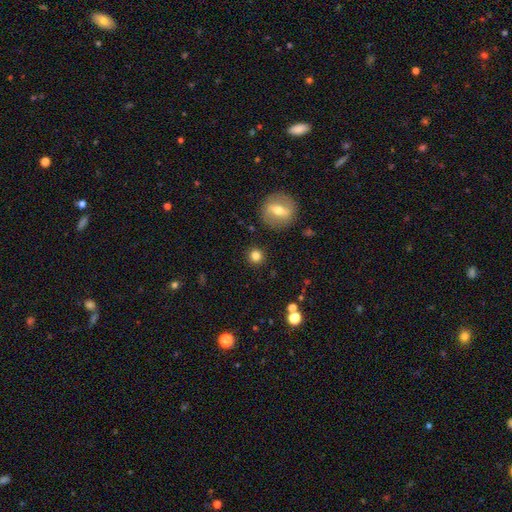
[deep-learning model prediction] A smooth galaxy with no disk features (79%) that is round (92%). Merging: none (89%).